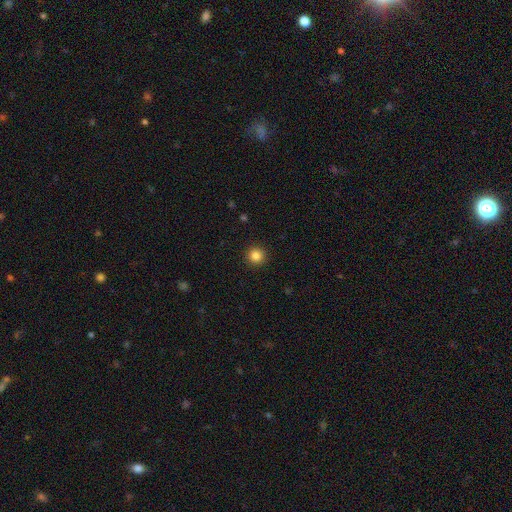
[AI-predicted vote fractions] This is clearly a smooth galaxy (85%). How rounded: clearly round (95%). Merging: clearly none (92%).